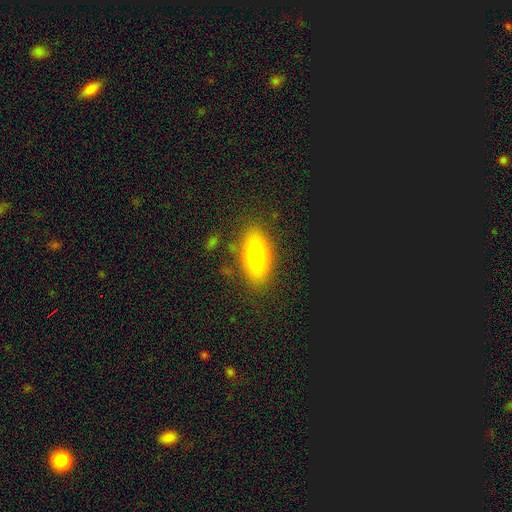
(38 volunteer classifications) Smooth or featured?
  - smooth: 74% *
  - featured or disk: 18%
  - star or artifact: 8%
How rounded?
  - in between: 79% *
  - cigar-shaped: 21%
  - round: 0%
Merging?
  - none: 71% *
  - minor disturbance: 14%
  - major disturbance: 9%
  - merger: 6%